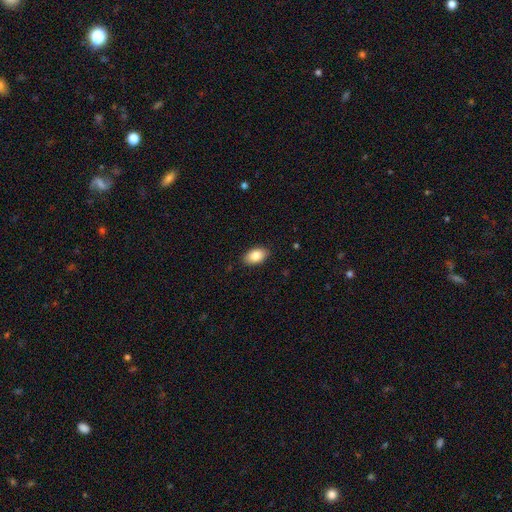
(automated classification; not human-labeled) Morphology: type=smooth (85%); roundness=in between (92%); merging=none (88%).